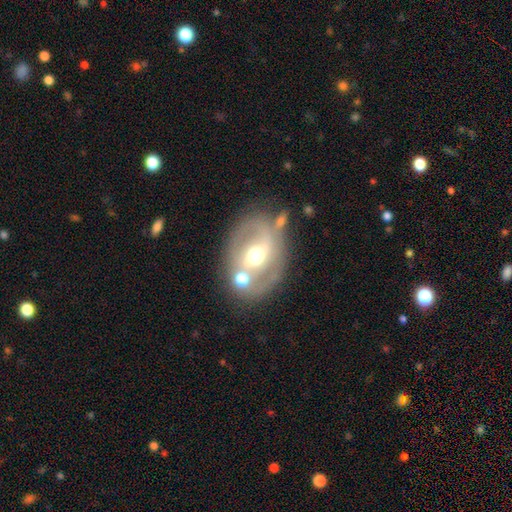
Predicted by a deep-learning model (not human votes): Smooth or featured? Predicted: featured or disk (p=0.67). Edge-on disk? Predicted: no (p=0.94). Bar? Predicted: weak (p=0.37). Spiral arms? Predicted: no (p=0.54). Bulge size? Predicted: moderate (p=0.73). Merging? Predicted: none (p=0.62).